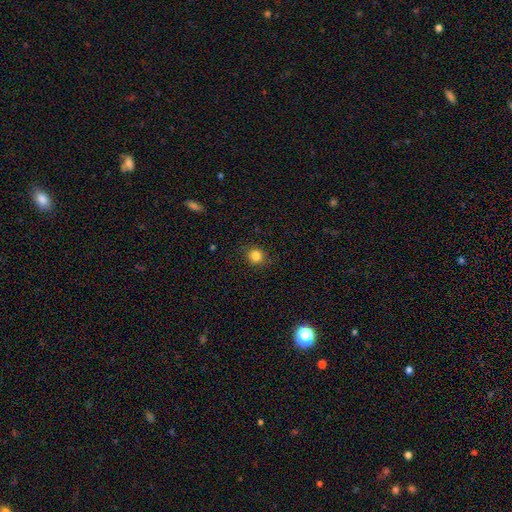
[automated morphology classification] A smooth galaxy with no disk features (83%) that is round (90%).

Vote fractions:
- Smooth or featured? smooth: 83% / star or artifact: 12% / featured or disk: 5%
- How rounded? round: 90% / in between: 9% / cigar-shaped: 1%
- Merging? none: 88% / minor disturbance: 9% / major disturbance: 3% / merger: 1%